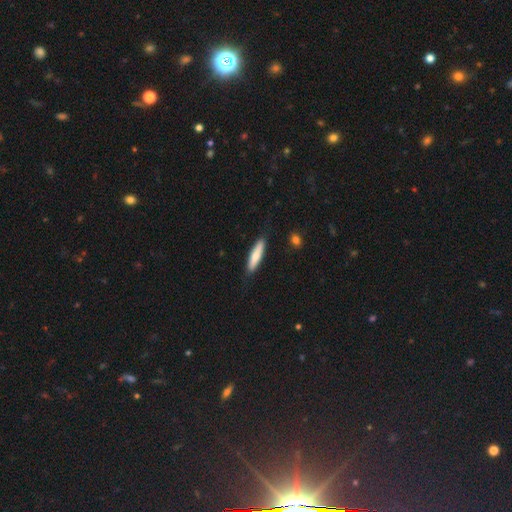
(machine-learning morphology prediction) Overall: smooth (72%). How rounded: cigar-shaped (80%). Merging: none (86%).